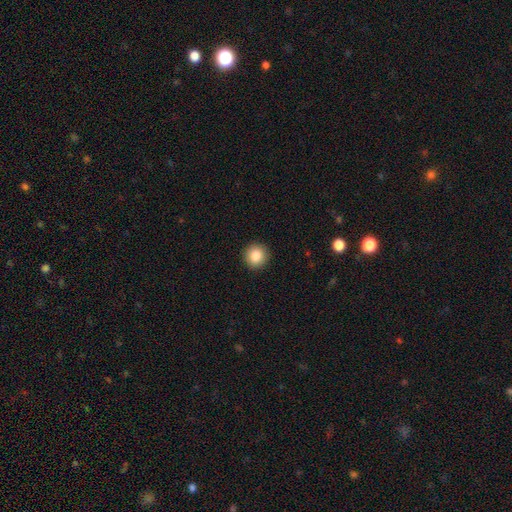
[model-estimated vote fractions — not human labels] Overall: smooth (85%). How rounded: round (94%). Merging: none (93%).